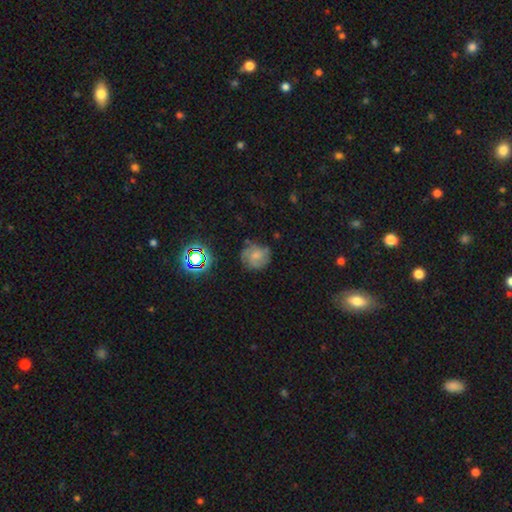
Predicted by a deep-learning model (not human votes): The model was most divided on "smooth or featured": smooth: 48%, featured or disk: 36%, star or artifact: 16%. More confident: merging — none (68%).